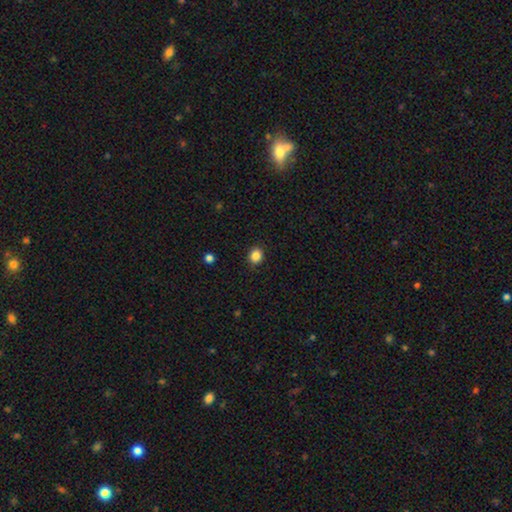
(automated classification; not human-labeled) This is clearly a smooth galaxy (85%). How rounded: likely round (67%). Merging: clearly none (90%).